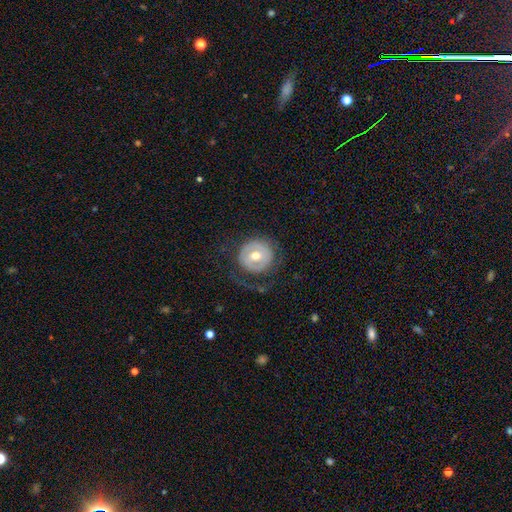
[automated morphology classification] This appears to be a featured or disk galaxy (50%). Merging: none (63%).